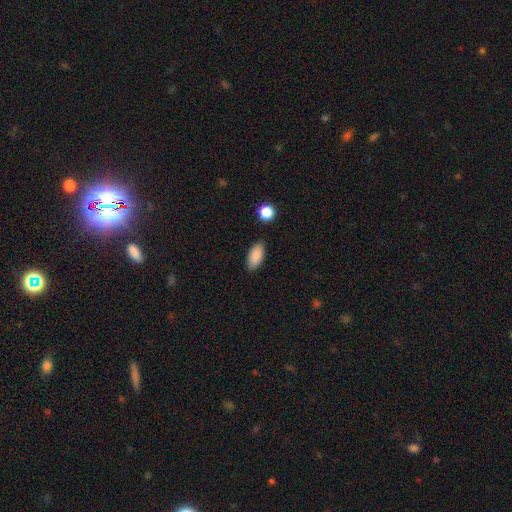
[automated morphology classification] A smooth galaxy with no disk features (89%) that is in between round and cigar-shaped (89%). Merging: none (85%).